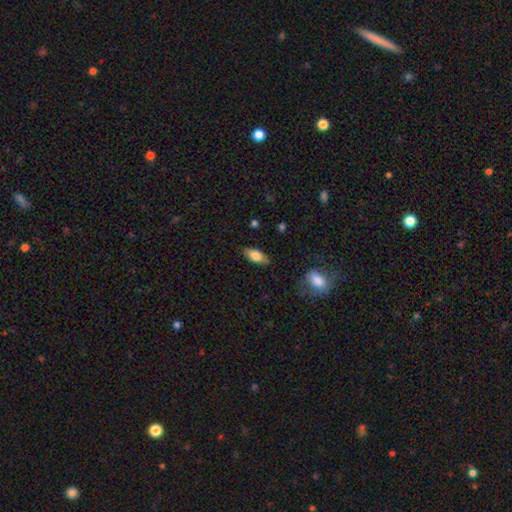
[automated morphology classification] Overall: smooth (76%). How rounded: in between (84%). Merging: none (82%).